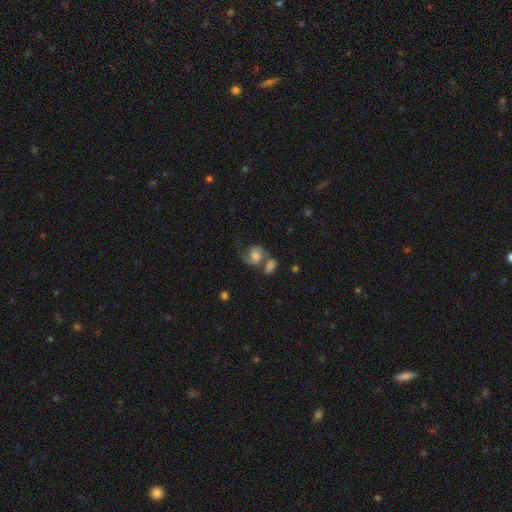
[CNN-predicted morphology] smooth-or-featured: featured or disk: 51% | smooth: 40% | star or artifact: 10%
  disk-edge-on: no: 97% | yes: 3%
  merging: merger: 36% | none: 34% | minor disturbance: 16% | major disturbance: 14%